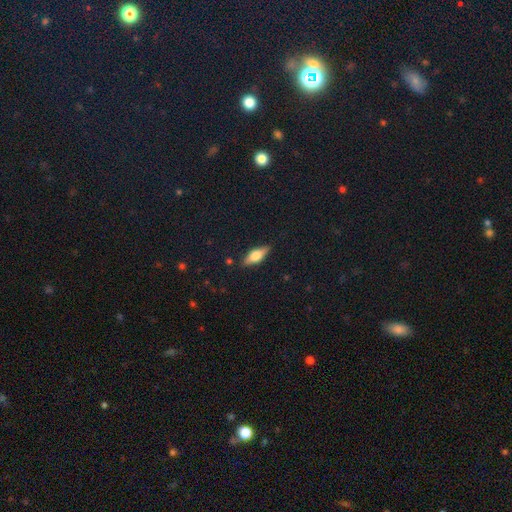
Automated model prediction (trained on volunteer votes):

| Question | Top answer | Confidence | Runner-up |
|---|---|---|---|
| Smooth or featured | smooth | 54% | featured or disk (38%) |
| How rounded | in between | 64% | cigar-shaped (32%) |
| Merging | none | 86% | minor disturbance (10%) |